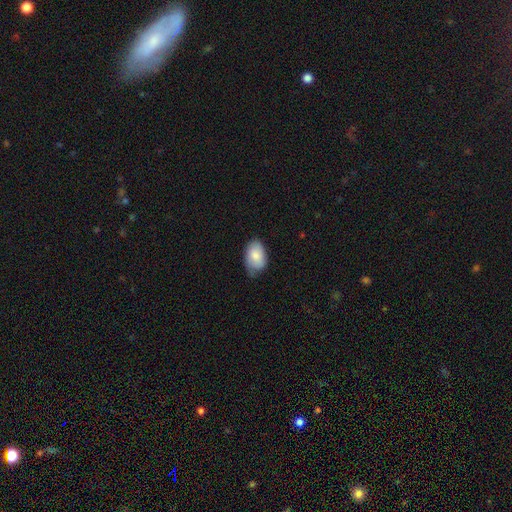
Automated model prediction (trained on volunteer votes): This is clearly a smooth galaxy (82%). How rounded: clearly in between (90%). Merging: possibly none (56%).